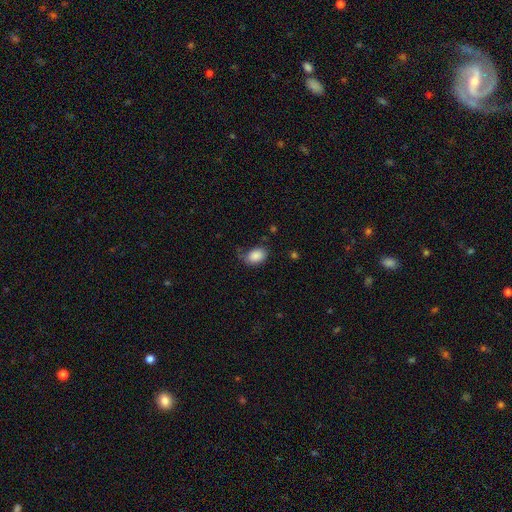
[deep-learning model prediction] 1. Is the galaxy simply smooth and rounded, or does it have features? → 87% smooth, 8% star or artifact, 5% featured or disk.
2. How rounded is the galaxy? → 83% in between, 15% round, 1% cigar-shaped.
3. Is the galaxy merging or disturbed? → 69% none, 22% minor disturbance, 7% major disturbance, 2% merger.